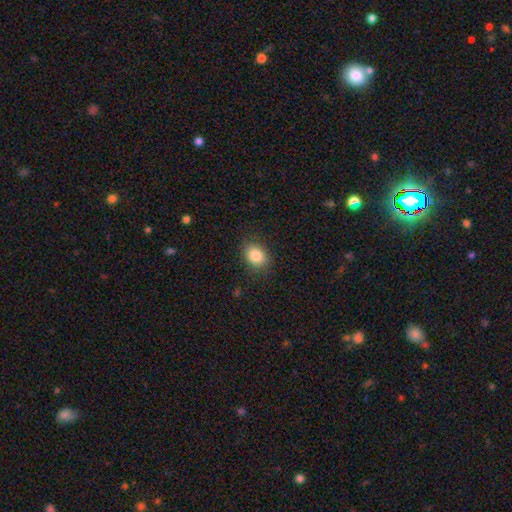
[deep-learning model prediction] Smooth or featured? smooth (85%)
How rounded? in between (58%)
Merging? none (86%)